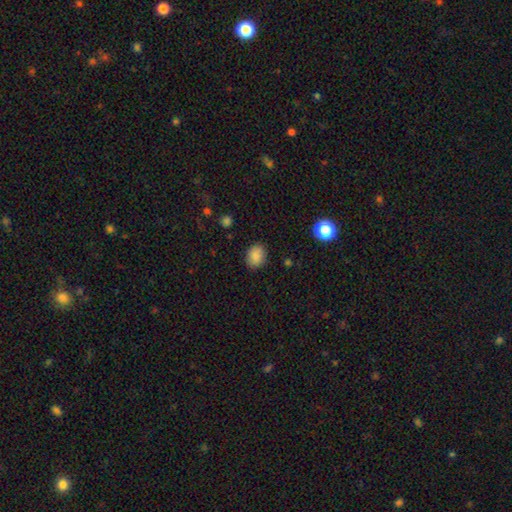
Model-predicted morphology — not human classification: The model was most divided on "how rounded": in between: 62%, round: 37%, cigar-shaped: 1%. More confident: smooth or featured — smooth (87%); merging — none (86%).